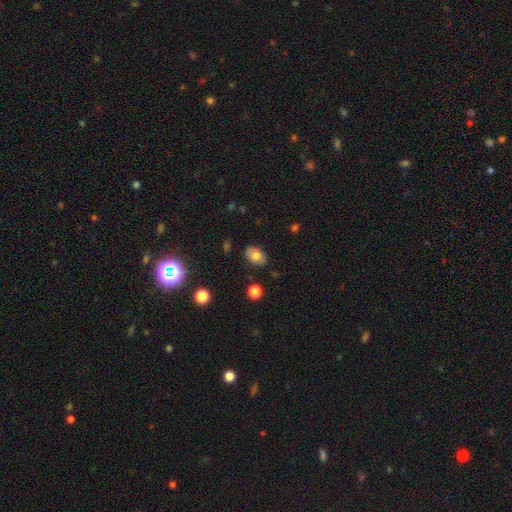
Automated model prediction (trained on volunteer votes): The model was most divided on "smooth or featured": smooth: 68%, featured or disk: 23%, star or artifact: 9%. More confident: merging — none (81%); how rounded — in between (80%).